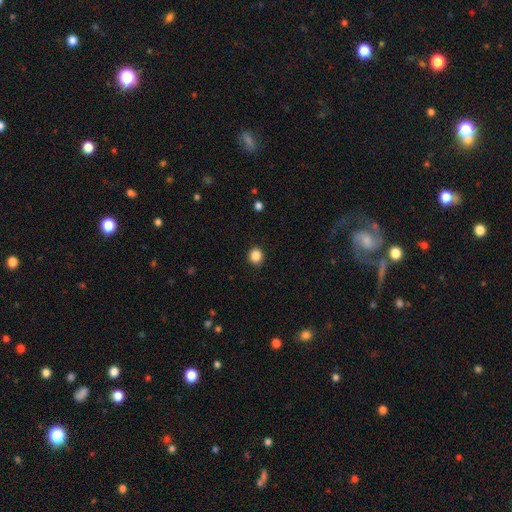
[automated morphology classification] This is clearly a smooth galaxy (86%). How rounded: clearly round (87%). Merging: clearly none (91%).